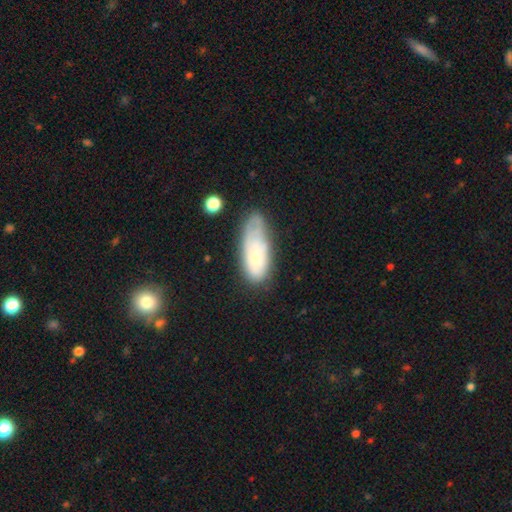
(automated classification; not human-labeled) smooth 62%, featured or disk 30%, star or artifact 8%. Down the decision tree: how rounded — in between (77%); merging — none (45%).